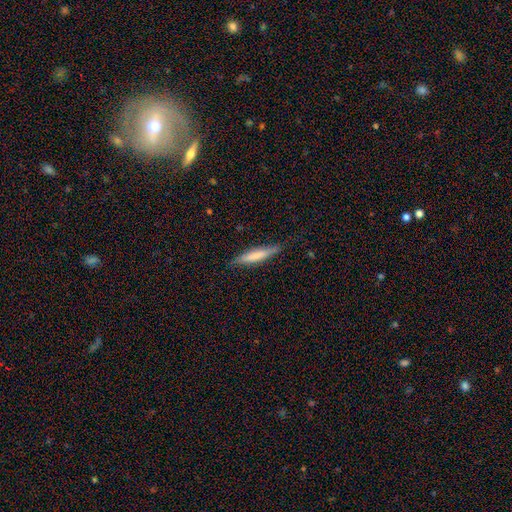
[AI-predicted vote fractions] Morphology: type=smooth (68%); roundness=cigar-shaped (88%); merging=none (84%).